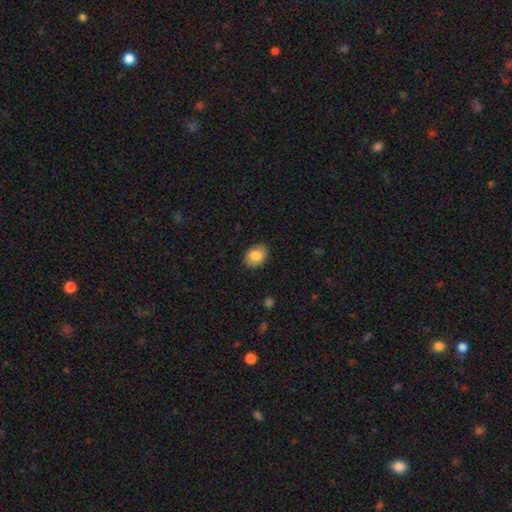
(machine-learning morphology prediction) smooth 83%, featured or disk 9%, star or artifact 7%. Down the decision tree: how rounded — in between (64%); merging — none (87%).